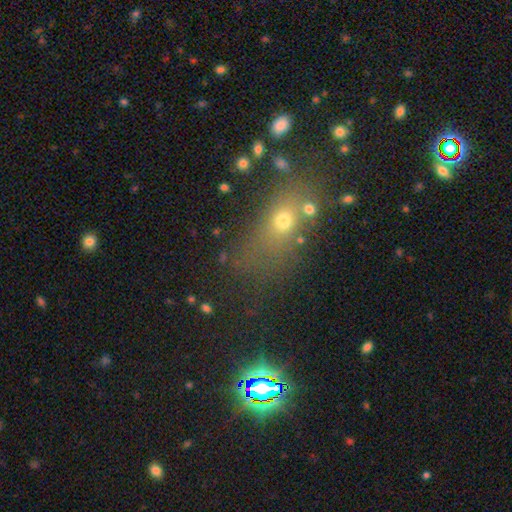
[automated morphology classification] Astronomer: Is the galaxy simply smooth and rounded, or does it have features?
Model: smooth — 50% (runner-up: star or artifact, 34%).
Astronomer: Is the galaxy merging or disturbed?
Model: none — 63%.